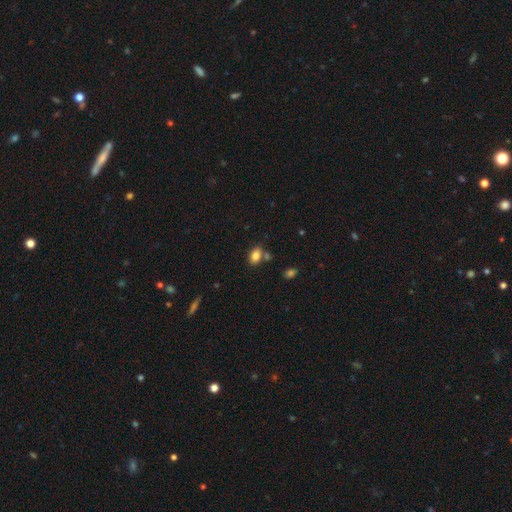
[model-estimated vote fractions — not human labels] smooth-or-featured: smooth: 84% | star or artifact: 10% | featured or disk: 7%
  how-rounded: in between: 85% | round: 14% | cigar-shaped: 2%
  merging: none: 67% | merger: 16% | minor disturbance: 14% | major disturbance: 4%